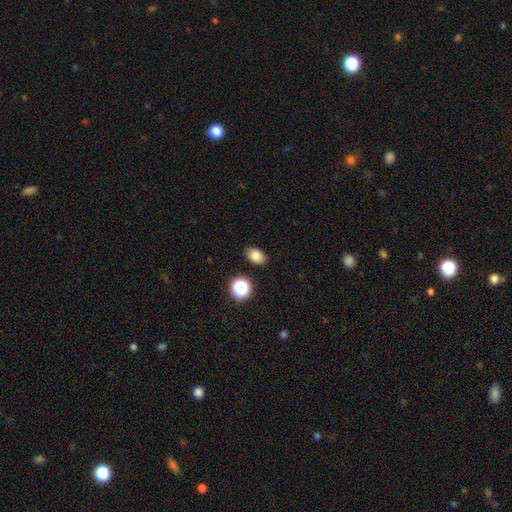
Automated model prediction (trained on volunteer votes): This appears to be a smooth galaxy with no disk features (81%) that is in between round and cigar-shaped (82%). Merging: none (87%).